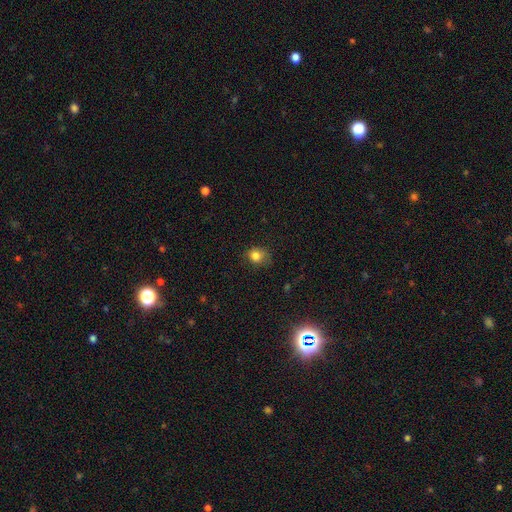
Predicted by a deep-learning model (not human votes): A smooth galaxy with no disk features (81%) that is round (65%).

Vote fractions:
- Smooth or featured? smooth: 81% / star or artifact: 12% / featured or disk: 7%
- How rounded? round: 65% / in between: 34% / cigar-shaped: 1%
- Merging? none: 64% / minor disturbance: 27% / major disturbance: 8% / merger: 2%